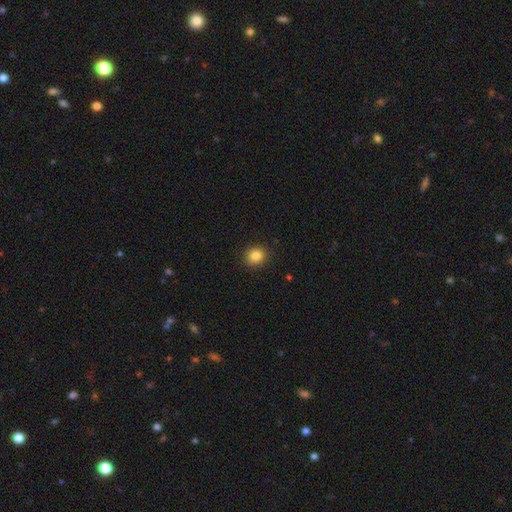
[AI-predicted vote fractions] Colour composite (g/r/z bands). It shows a smooth galaxy with no disk features (84%) that is round (81%). Merging: none (89%).